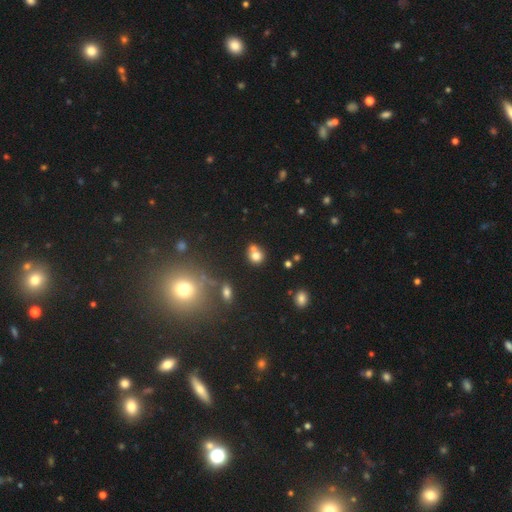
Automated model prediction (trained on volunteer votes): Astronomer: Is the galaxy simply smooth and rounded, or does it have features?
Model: smooth — 72%.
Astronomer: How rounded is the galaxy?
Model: round — 76%.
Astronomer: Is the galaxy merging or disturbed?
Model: merger — 45% (runner-up: none, 42%).